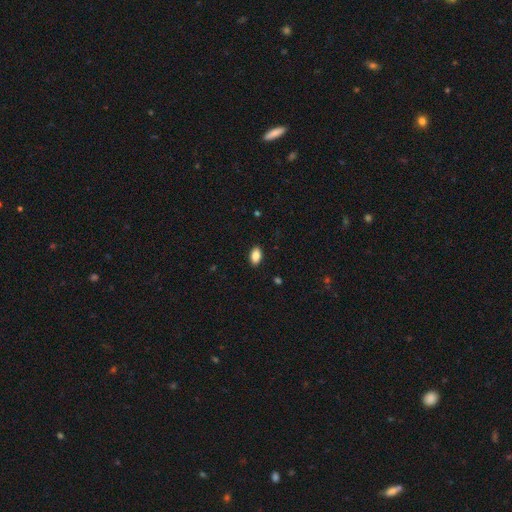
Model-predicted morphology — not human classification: This appears to be a smooth galaxy with no disk features (86%) that is in between round and cigar-shaped (92%). Merging: none (89%).